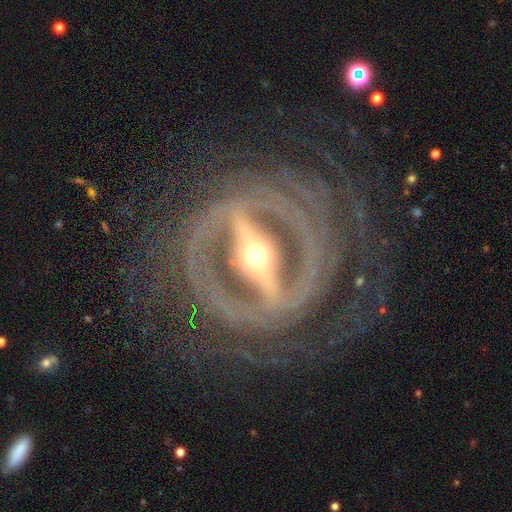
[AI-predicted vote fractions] featured or disk 91%, star or artifact 5%, smooth 4%. Down the decision tree: edge-on disk — no (81%); bar — strong (88%); spiral arms — yes (81%); spiral arm count — 2 (36%); spiral winding — tight (64%); bulge size — moderate (59%); merging — none (70%).